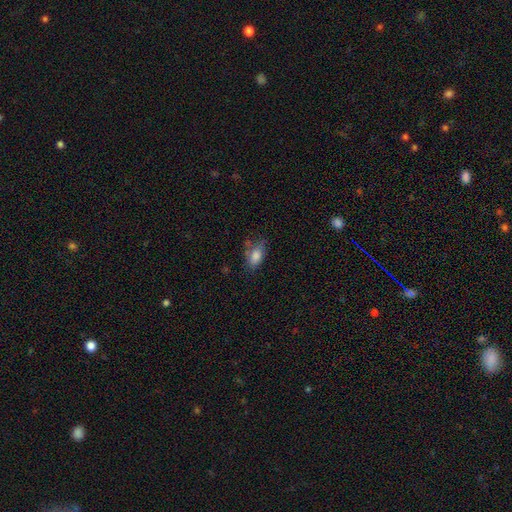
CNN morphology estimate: smooth_or_featured: smooth (p=0.78) [alt: featured or disk p=0.12]
how_rounded: in between (p=0.87) [alt: round p=0.07]
merging: none (p=0.51) [alt: minor disturbance p=0.30]